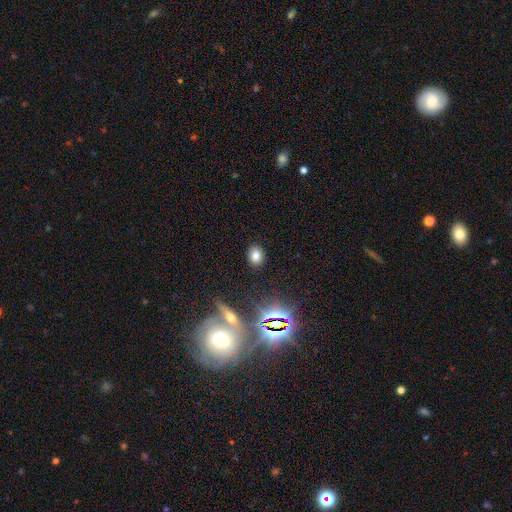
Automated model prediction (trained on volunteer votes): Morphology: type=smooth (75%); roundness=in between (52%); merging=none (88%).